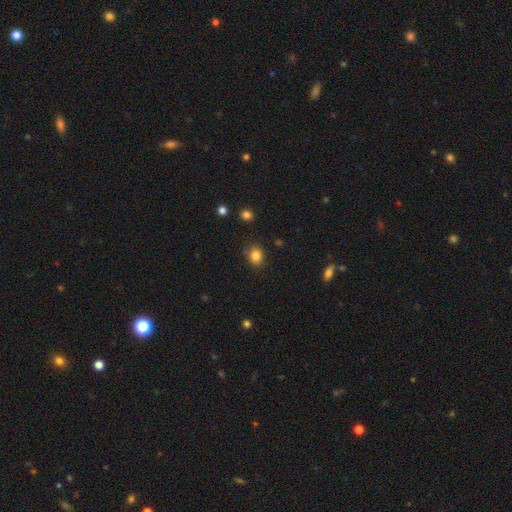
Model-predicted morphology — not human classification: This is clearly a smooth galaxy (84%). How rounded: likely round (62%). Merging: clearly none (81%).